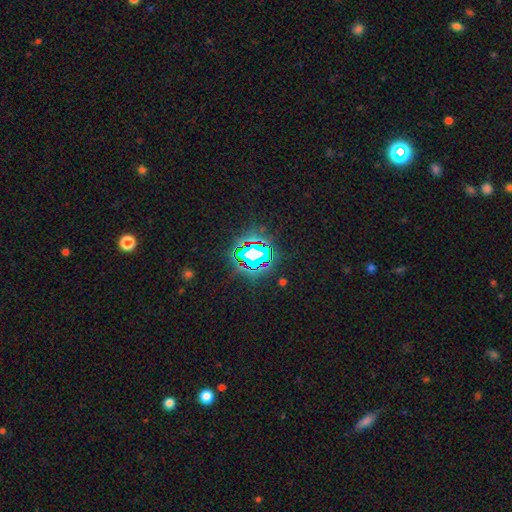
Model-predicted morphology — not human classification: A star or artifact, not a galaxy (81%).